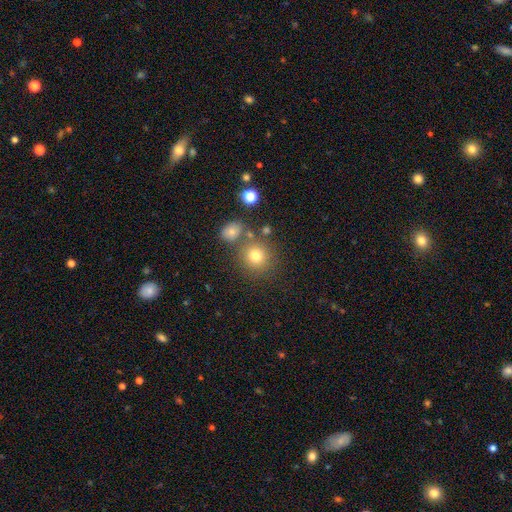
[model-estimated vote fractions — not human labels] smooth-or-featured: smooth: 76% | star or artifact: 15% | featured or disk: 9%
  how-rounded: round: 90% | in between: 9% | cigar-shaped: 1%
  merging: none: 75% | merger: 12% | minor disturbance: 9% | major disturbance: 4%